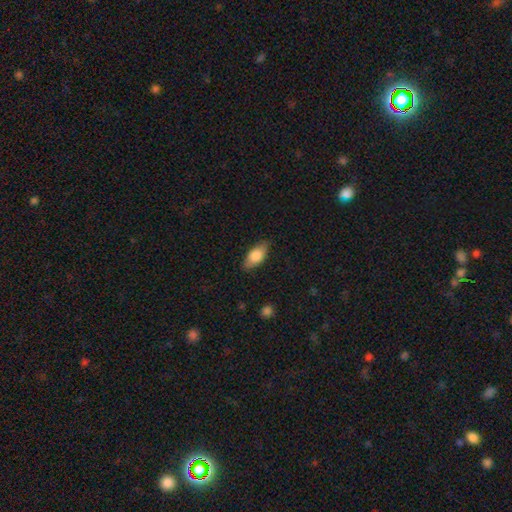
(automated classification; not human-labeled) Smooth or featured?
  - smooth: 78% *
  - featured or disk: 15%
  - star or artifact: 6%
How rounded?
  - in between: 87% *
  - cigar-shaped: 10%
  - round: 3%
Merging?
  - none: 84% *
  - minor disturbance: 12%
  - major disturbance: 3%
  - merger: 1%